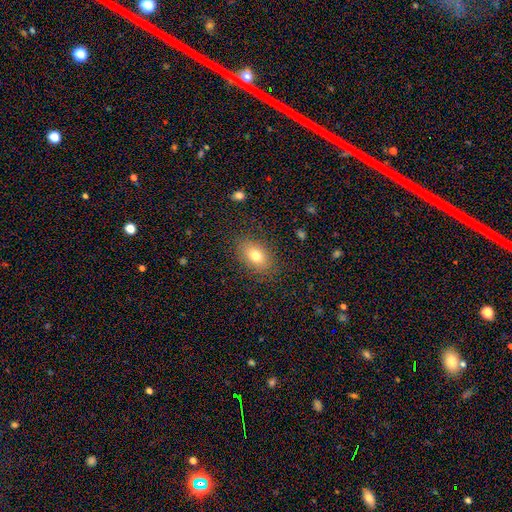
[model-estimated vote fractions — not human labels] This is likely a smooth galaxy (76%). How rounded: clearly in between (82%). Merging: clearly none (84%).